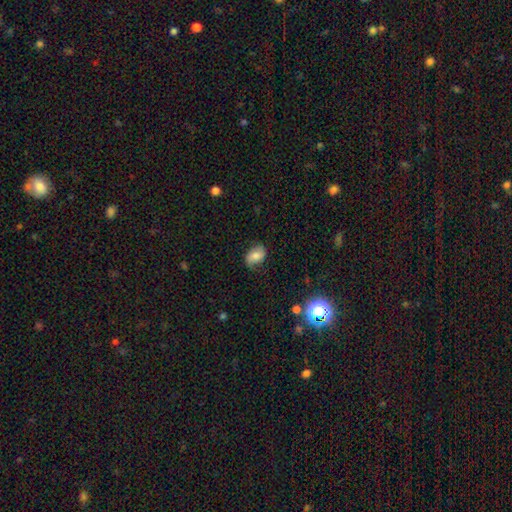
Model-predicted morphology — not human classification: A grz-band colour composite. It shows a smooth galaxy with no disk features (61%) that is in between round and cigar-shaped (80%). Merging: none (71%).